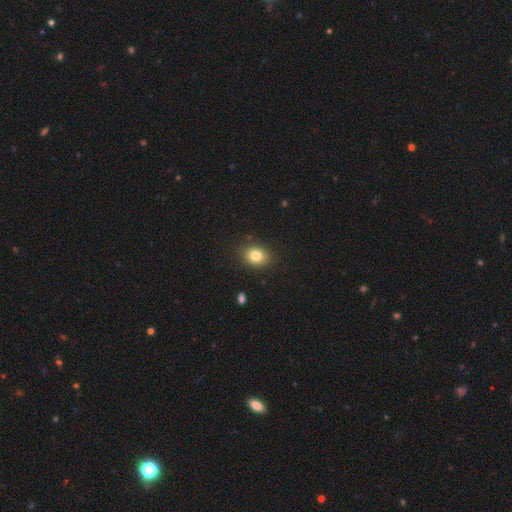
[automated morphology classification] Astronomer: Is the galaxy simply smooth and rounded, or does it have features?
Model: smooth — 82%.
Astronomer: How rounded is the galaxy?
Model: in between — 54% (runner-up: round, 45%).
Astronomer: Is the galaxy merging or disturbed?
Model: none — 87%.